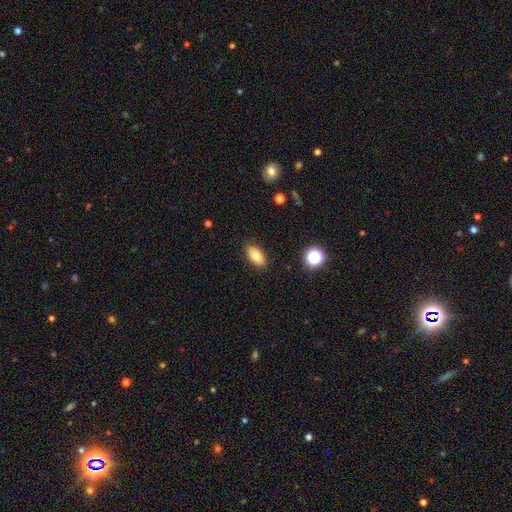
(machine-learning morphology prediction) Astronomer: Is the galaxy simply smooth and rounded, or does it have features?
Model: smooth — 80%.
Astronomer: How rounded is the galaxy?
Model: in between — 90%.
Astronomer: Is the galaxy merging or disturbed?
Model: none — 88%.